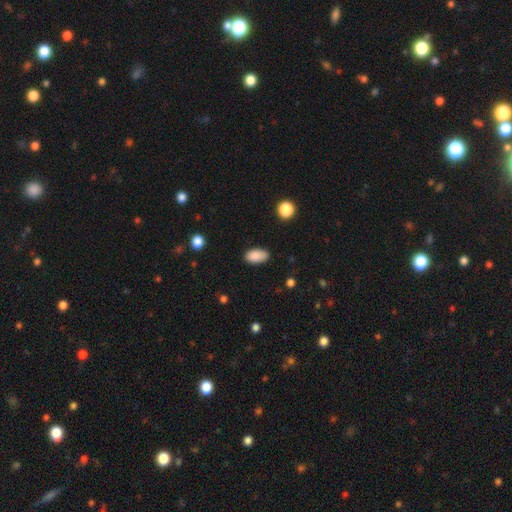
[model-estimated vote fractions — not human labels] Smooth or featured? Predicted: smooth (p=0.87). How rounded? Predicted: in between (p=0.93). Merging? Predicted: none (p=0.79).